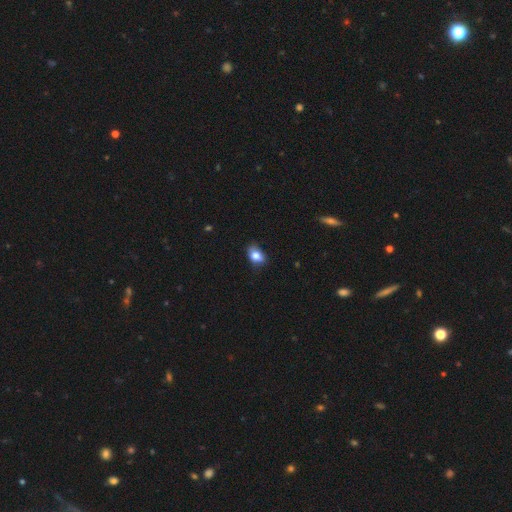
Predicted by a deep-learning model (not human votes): A smooth galaxy with no disk features (80%) that is in between round and cigar-shaped (79%). Merging: none (63%).